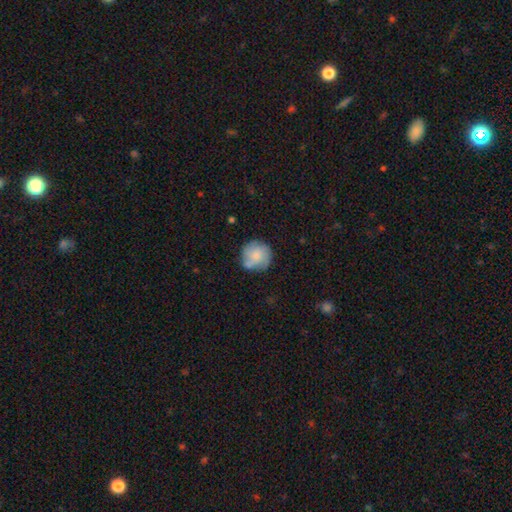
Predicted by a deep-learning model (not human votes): Q: Smooth or featured?
A: smooth (60%); runner-up: featured or disk (33%)
Q: How rounded?
A: round (91%); runner-up: in between (8%)
Q: Merging?
A: none (66%); runner-up: minor disturbance (21%)